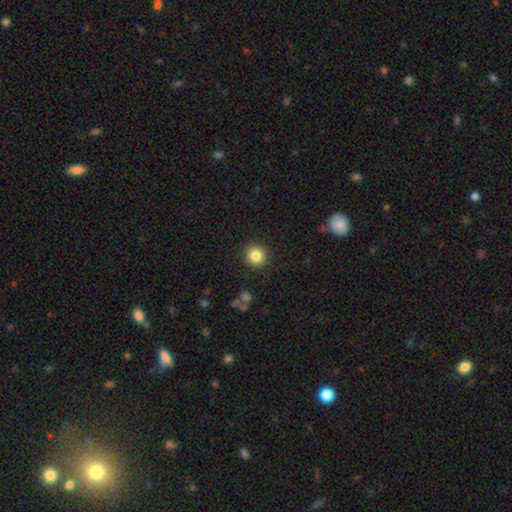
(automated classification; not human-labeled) Smooth or featured? smooth (84%)
How rounded? round (91%)
Merging? none (90%)